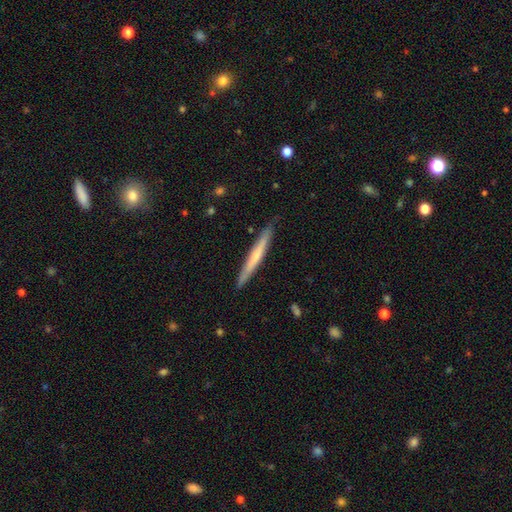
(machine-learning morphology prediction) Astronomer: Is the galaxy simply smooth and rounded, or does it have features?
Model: featured or disk — 49% (runner-up: smooth, 45%).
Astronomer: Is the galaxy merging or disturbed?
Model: none — 87%.